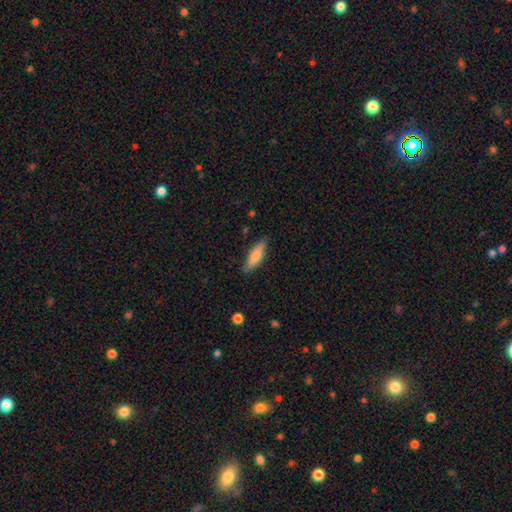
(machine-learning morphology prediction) smooth 71%, featured or disk 23%, star or artifact 6%. Down the decision tree: how rounded — cigar-shaped (57%); merging — none (83%).